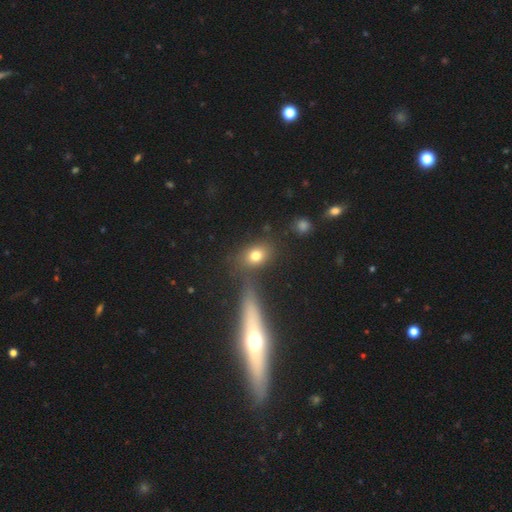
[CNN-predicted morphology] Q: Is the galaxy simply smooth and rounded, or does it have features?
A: smooth — 77%.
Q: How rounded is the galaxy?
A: in between — 58%.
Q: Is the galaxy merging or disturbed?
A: none — 74%.